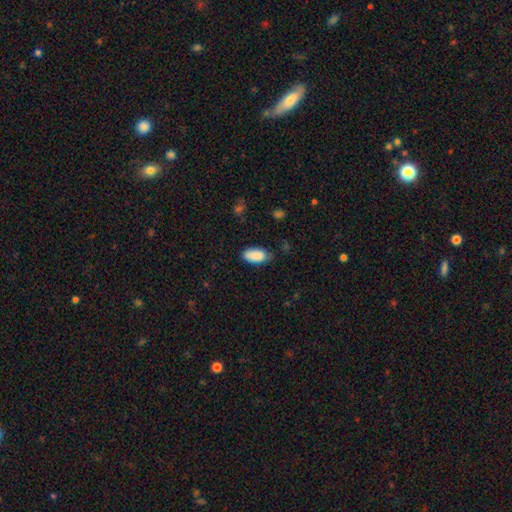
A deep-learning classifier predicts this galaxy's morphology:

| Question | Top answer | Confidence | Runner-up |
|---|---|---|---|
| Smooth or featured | smooth | 88% | star or artifact (7%) |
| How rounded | in between | 94% | cigar-shaped (4%) |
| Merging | none | 69% | minor disturbance (24%) |